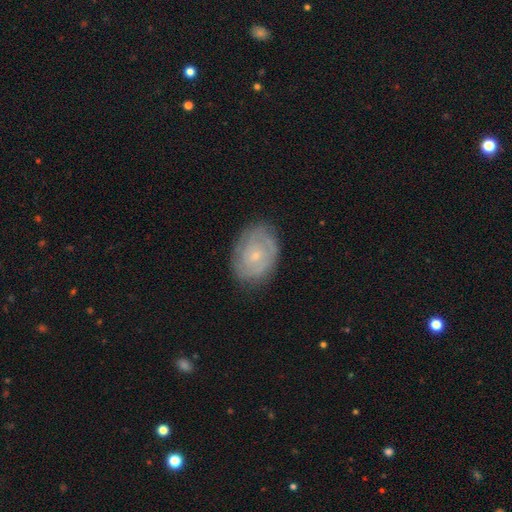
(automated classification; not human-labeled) smooth-or-featured: featured or disk: 63% | smooth: 30% | star or artifact: 7%
  disk-edge-on: no: 96% | yes: 4%
    bar: no: 77% | weak: 20% | strong: 3%
    has-spiral-arms: yes: 80% | no: 20%
    bulge-size: small: 75% | moderate: 19% | none: 3% | large: 1% | dominant: 1%
  merging: none: 79% | minor disturbance: 16% | major disturbance: 4% | merger: 1%